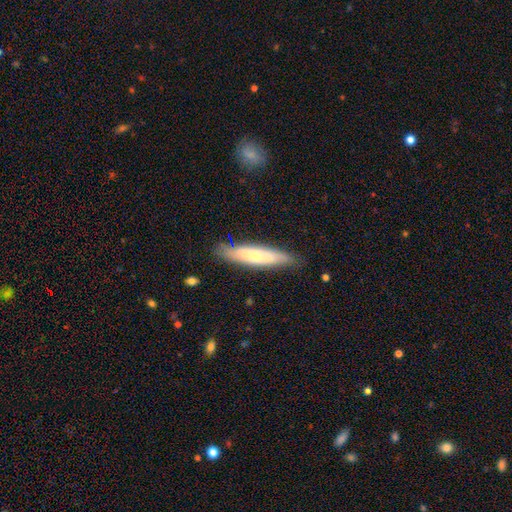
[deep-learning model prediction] Q: Smooth or featured?
A: smooth (63%); runner-up: featured or disk (31%)
Q: How rounded?
A: cigar-shaped (82%); runner-up: in between (17%)
Q: Merging?
A: none (81%); runner-up: minor disturbance (14%)